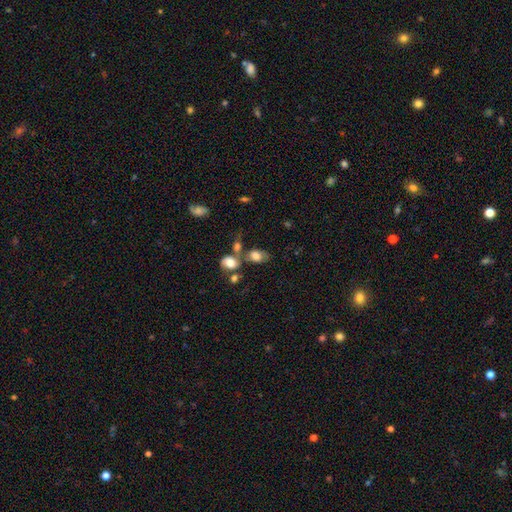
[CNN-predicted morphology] smooth-or-featured: smooth: 72% | featured or disk: 19% | star or artifact: 9%
  how-rounded: in between: 81% | round: 18% | cigar-shaped: 2%
  merging: none: 37% | merger: 35% | minor disturbance: 17% | major disturbance: 11%